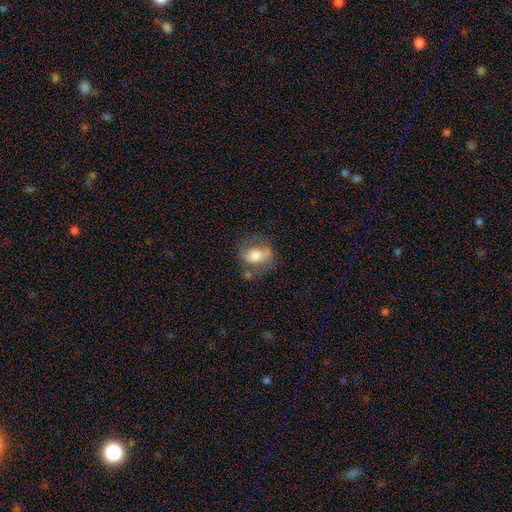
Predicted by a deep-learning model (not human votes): This is possibly a smooth galaxy (58%). How rounded: likely in between (74%). Merging: possibly none (57%).